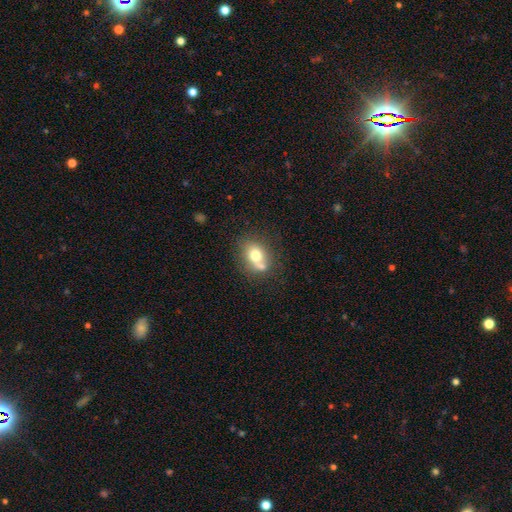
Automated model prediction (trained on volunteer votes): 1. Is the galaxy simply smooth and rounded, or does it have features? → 70% smooth, 20% featured or disk, 10% star or artifact.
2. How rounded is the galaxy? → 53% in between, 46% round, 1% cigar-shaped.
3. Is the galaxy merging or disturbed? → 47% none, 29% merger, 17% minor disturbance, 7% major disturbance.